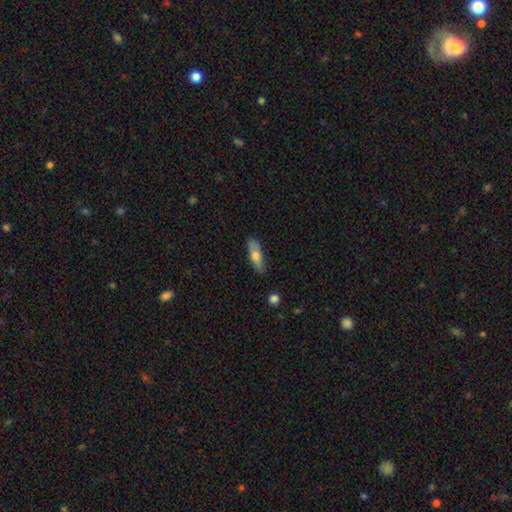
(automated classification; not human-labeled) A smooth galaxy with no disk features (65%) that is in between round and cigar-shaped (50%). Merging: none (82%).